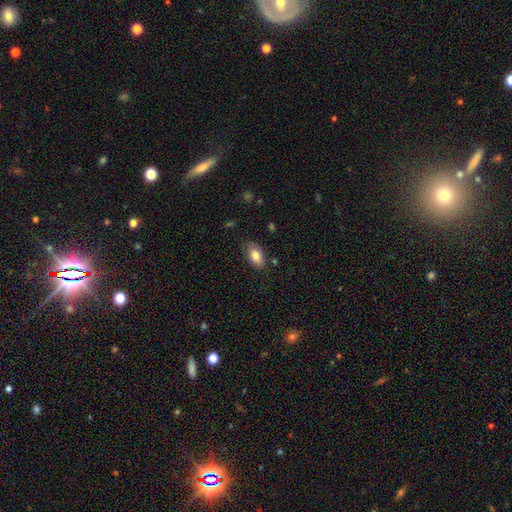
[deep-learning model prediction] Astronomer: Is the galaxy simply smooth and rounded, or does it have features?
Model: smooth — 81%.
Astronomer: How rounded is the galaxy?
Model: in between — 92%.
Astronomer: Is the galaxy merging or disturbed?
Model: none — 76%.